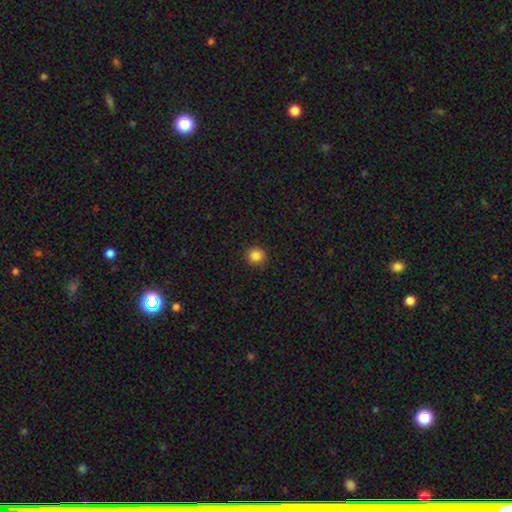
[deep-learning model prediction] The model was most divided on "smooth or featured": smooth: 85%, star or artifact: 11%, featured or disk: 4%. More confident: how rounded — round (94%); merging — none (92%).